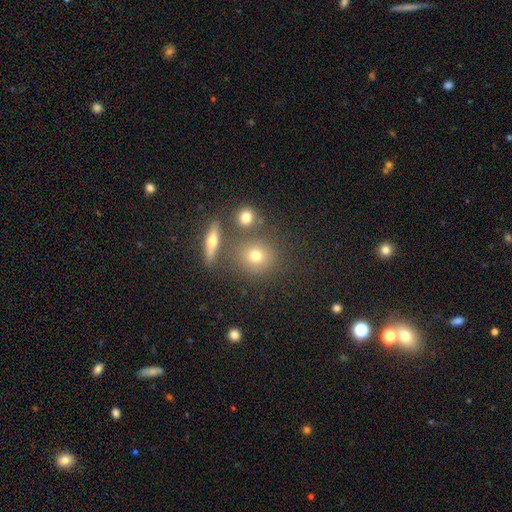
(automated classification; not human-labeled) smooth 67%, featured or disk 18%, star or artifact 15%. Down the decision tree: how rounded — round (80%); merging — none (71%).